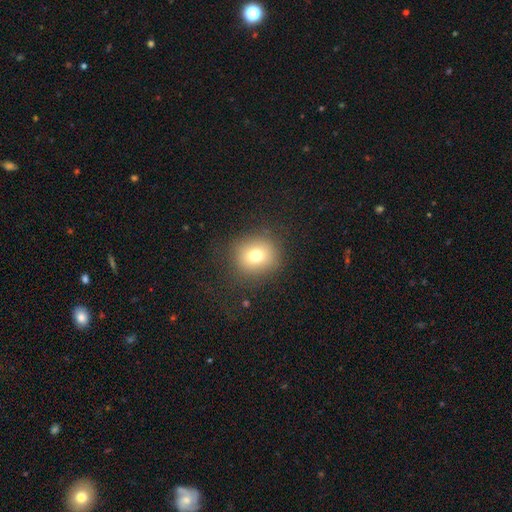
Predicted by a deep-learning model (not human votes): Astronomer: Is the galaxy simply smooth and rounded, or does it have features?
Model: smooth — 75%.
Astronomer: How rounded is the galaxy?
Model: round — 85%.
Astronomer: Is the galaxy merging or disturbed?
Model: none — 85%.